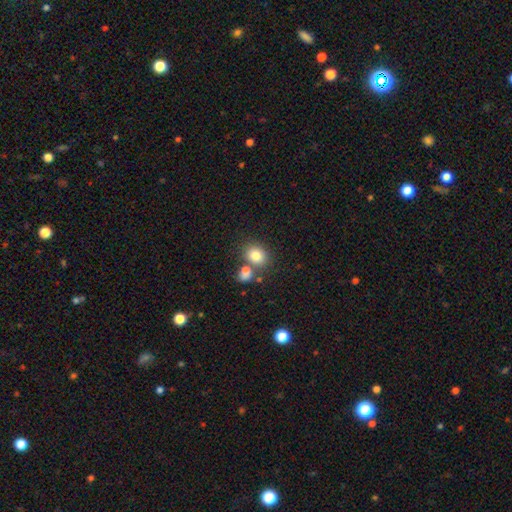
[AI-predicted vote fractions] Smooth or featured? Predicted: smooth (p=0.81). How rounded? Predicted: round (p=0.61). Merging? Predicted: none (p=0.59).